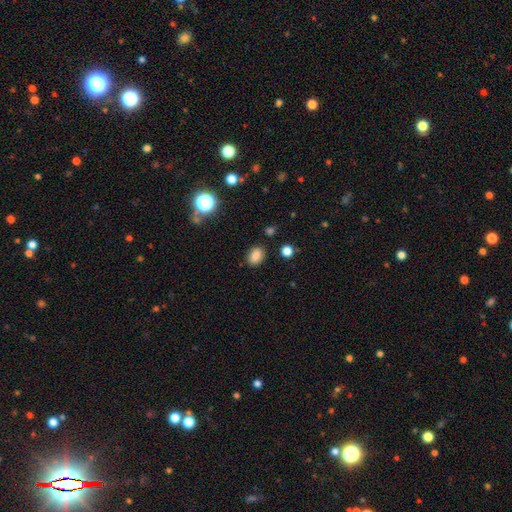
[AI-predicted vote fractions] smooth 82%, star or artifact 12%, featured or disk 5%. Down the decision tree: how rounded — in between (73%); merging — none (85%).